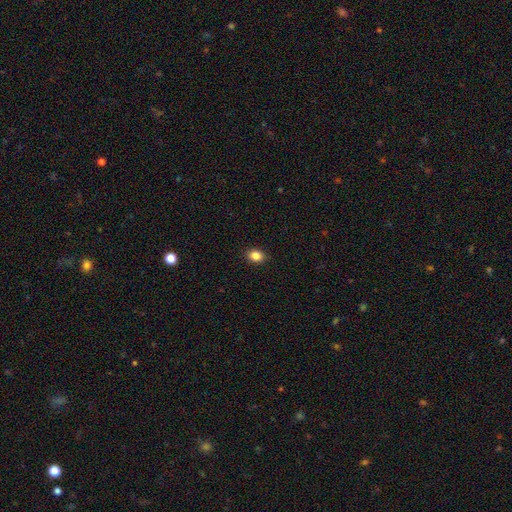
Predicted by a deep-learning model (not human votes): Overall: smooth (85%). How rounded: in between (59%; round 40%). Merging: none (90%).